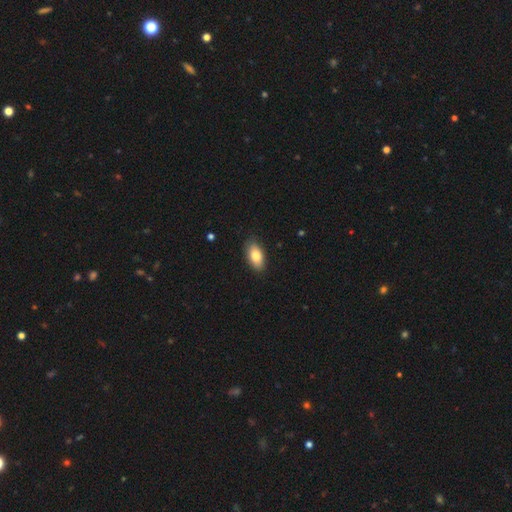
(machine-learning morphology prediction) A smooth galaxy with no disk features (80%) that is in between round and cigar-shaped (92%).

Vote fractions:
- Smooth or featured? smooth: 80% / featured or disk: 13% / star or artifact: 7%
- How rounded? in between: 92% / cigar-shaped: 4% / round: 4%
- Merging? none: 85% / minor disturbance: 12% / major disturbance: 2% / merger: 1%